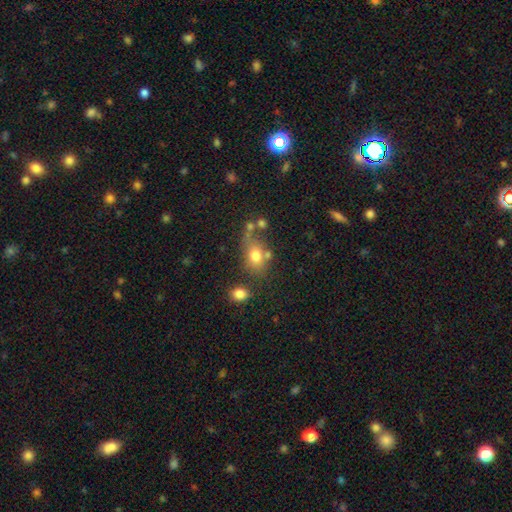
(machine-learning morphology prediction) This appears to be a smooth galaxy with no disk features (74%) that is in between round and cigar-shaped (65%). Merging: none (51%).